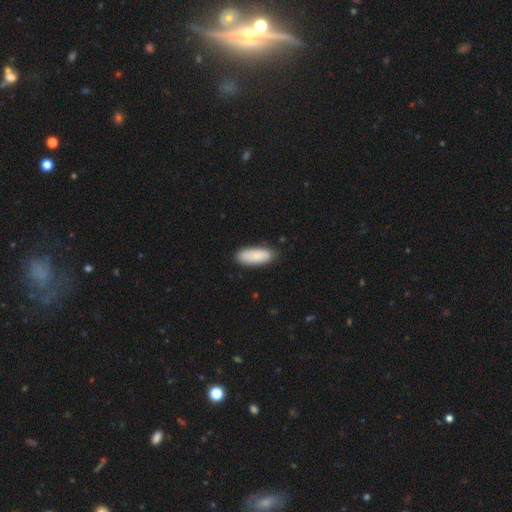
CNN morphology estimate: smooth-or-featured: smooth: 87% | featured or disk: 8% | star or artifact: 6%
  how-rounded: in between: 77% | cigar-shaped: 22% | round: 2%
  merging: none: 81% | minor disturbance: 15% | major disturbance: 2% | merger: 1%